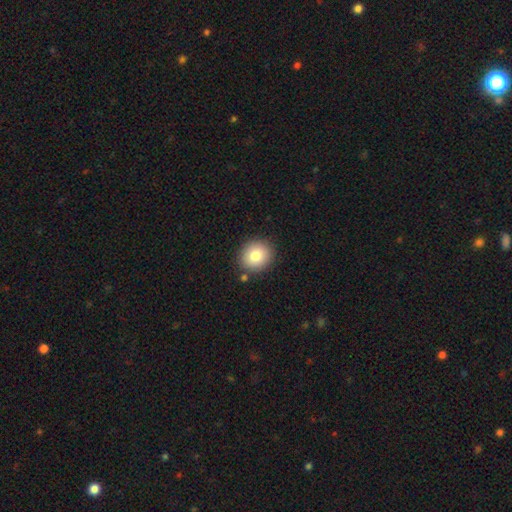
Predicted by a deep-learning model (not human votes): This appears to be a smooth galaxy with no disk features (81%) that is round (79%). Merging: none (86%).